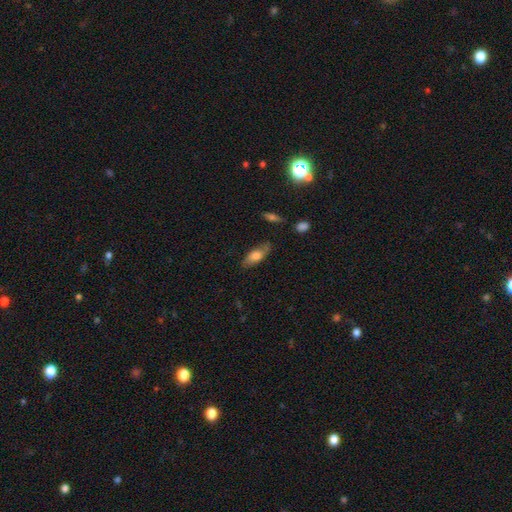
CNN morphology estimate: Smooth or featured? Predicted: smooth (p=0.63). How rounded? Predicted: in between (p=0.71). Merging? Predicted: none (p=0.74).